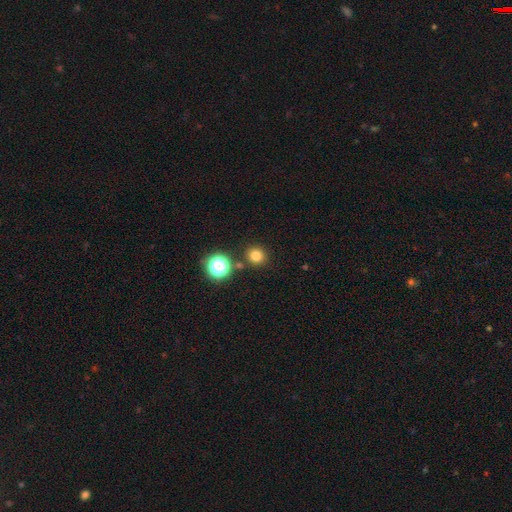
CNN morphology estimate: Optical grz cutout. It shows a smooth galaxy with no disk features (76%) that is round (92%). Merging: none (85%).